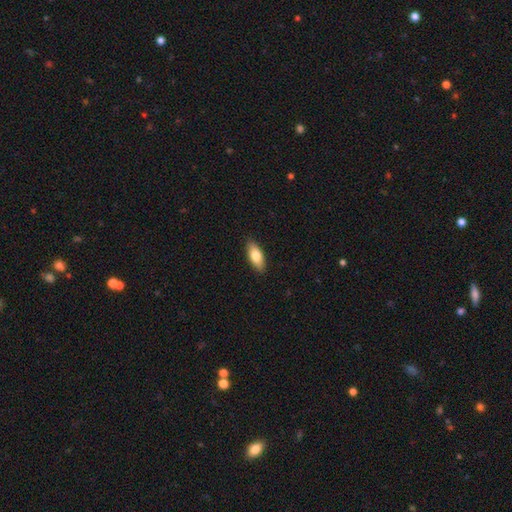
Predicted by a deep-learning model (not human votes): Q: Smooth or featured?
A: smooth (78%); runner-up: featured or disk (17%)
Q: How rounded?
A: in between (80%); runner-up: cigar-shaped (17%)
Q: Merging?
A: none (89%); runner-up: minor disturbance (8%)